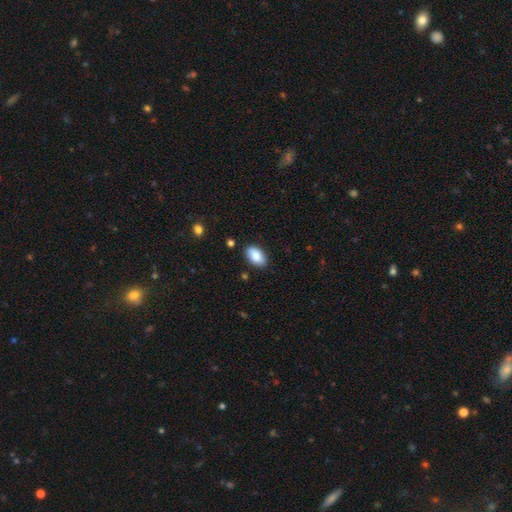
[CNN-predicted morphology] smooth_or_featured: smooth (p=0.83) [alt: featured or disk p=0.10]
how_rounded: in between (p=0.93) [alt: round p=0.05]
merging: none (p=0.86) [alt: minor disturbance p=0.10]